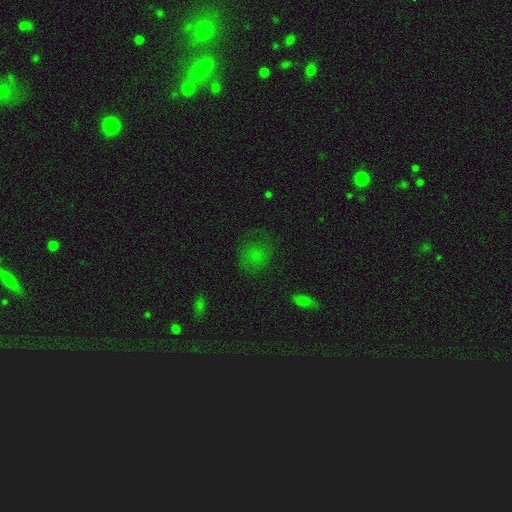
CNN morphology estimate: smooth-or-featured: smooth: 66% | star or artifact: 20% | featured or disk: 13%
  how-rounded: round: 75% | in between: 24% | cigar-shaped: 1%
  merging: none: 66% | minor disturbance: 21% | major disturbance: 10% | merger: 2%